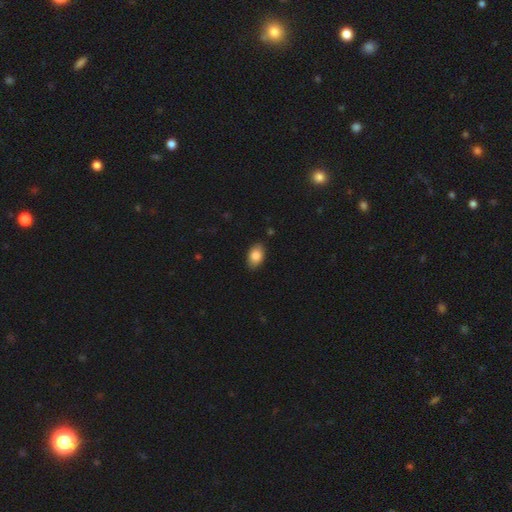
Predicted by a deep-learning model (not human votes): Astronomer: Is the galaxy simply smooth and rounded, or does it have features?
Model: smooth — 85%.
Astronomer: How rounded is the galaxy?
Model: in between — 89%.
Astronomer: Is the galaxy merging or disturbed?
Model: none — 86%.